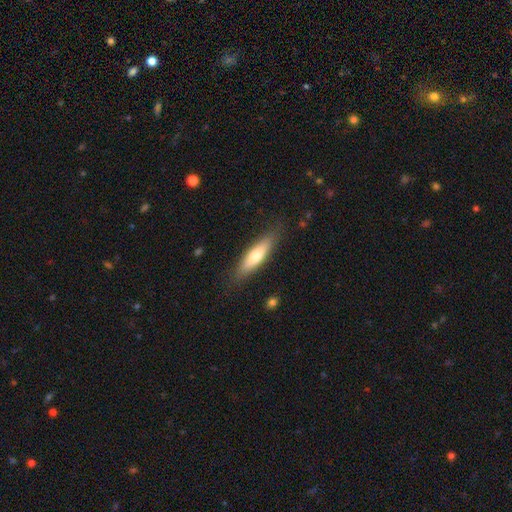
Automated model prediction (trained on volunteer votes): Smooth or featured: smooth — 66% (featured or disk — 28%)
How rounded: cigar-shaped — 62% (in between — 36%)
Merging: none — 84% (minor disturbance — 12%)